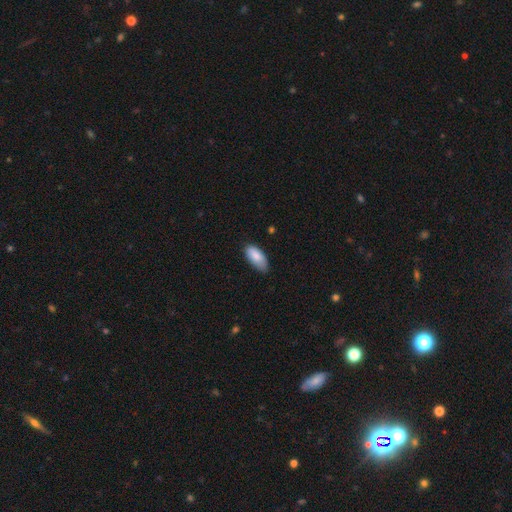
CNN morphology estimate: A smooth galaxy with no disk features (84%) that is in between round and cigar-shaped (91%).

Vote fractions:
- Smooth or featured? smooth: 84% / featured or disk: 9% / star or artifact: 6%
- How rounded? in between: 91% / cigar-shaped: 7% / round: 2%
- Merging? none: 68% / minor disturbance: 27% / major disturbance: 3% / merger: 1%